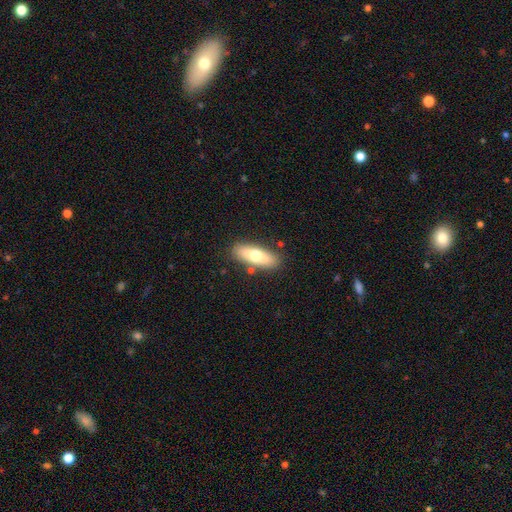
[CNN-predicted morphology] Smooth or featured: smooth — 66% (featured or disk — 27%)
How rounded: in between — 63% (cigar-shaped — 35%)
Merging: none — 83% (minor disturbance — 11%)